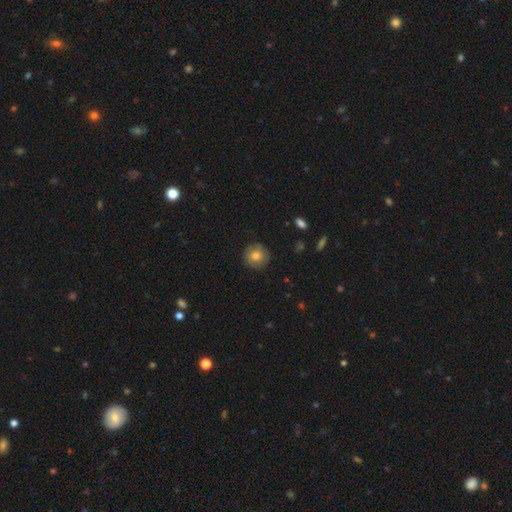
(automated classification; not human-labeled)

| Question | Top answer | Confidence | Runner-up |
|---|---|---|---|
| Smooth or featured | smooth | 72% | featured or disk (20%) |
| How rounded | round | 94% | in between (5%) |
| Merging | none | 84% | minor disturbance (12%) |